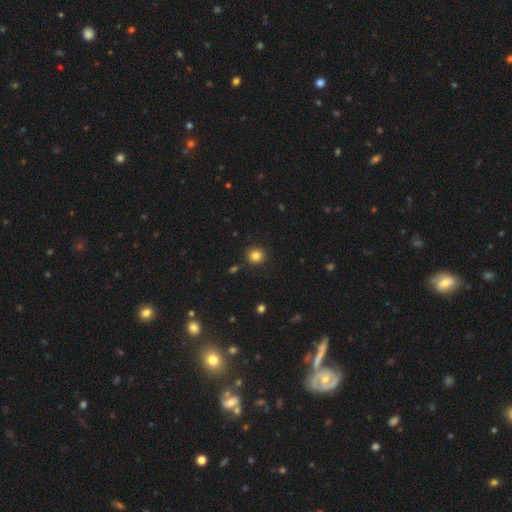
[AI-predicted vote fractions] Smooth or featured: smooth — 83% (star or artifact — 12%)
How rounded: round — 92% (in between — 7%)
Merging: none — 91% (minor disturbance — 6%)